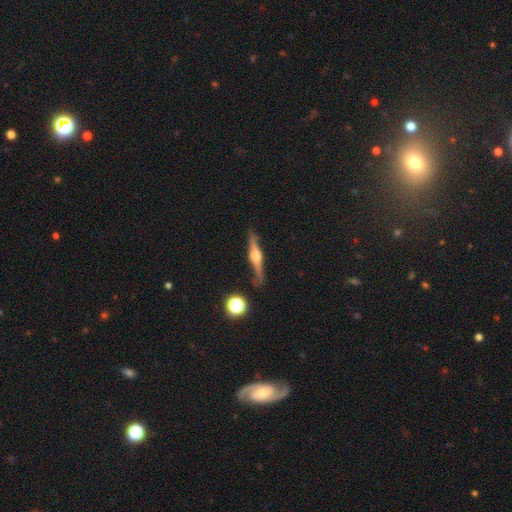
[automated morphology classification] smooth_or_featured: featured or disk (p=0.79) [alt: smooth p=0.15]
disk_edge_on: yes (p=0.97) [alt: no p=0.03]
edge_on_bulge: rounded (p=0.93) [alt: boxy p=0.05]
merging: none (p=0.84) [alt: minor disturbance p=0.11]